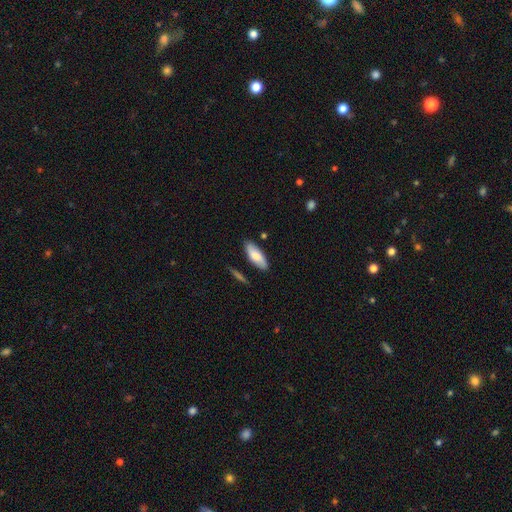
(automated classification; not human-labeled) A smooth galaxy with no disk features (74%) that is in between round and cigar-shaped (75%). Merging: none (81%).